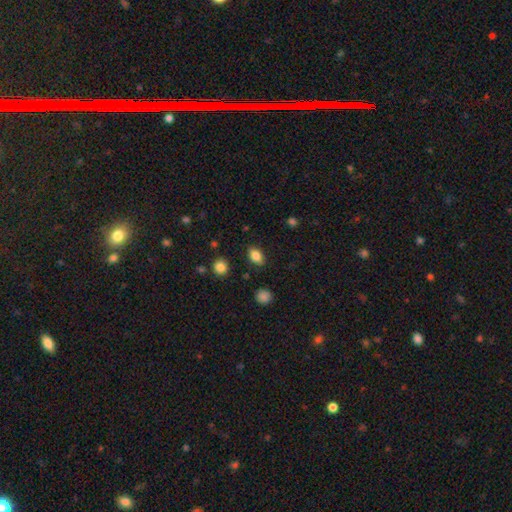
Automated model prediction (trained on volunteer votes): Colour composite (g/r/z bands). It shows a smooth galaxy with no disk features (84%) that is in between round and cigar-shaped (83%). Merging: none (85%).